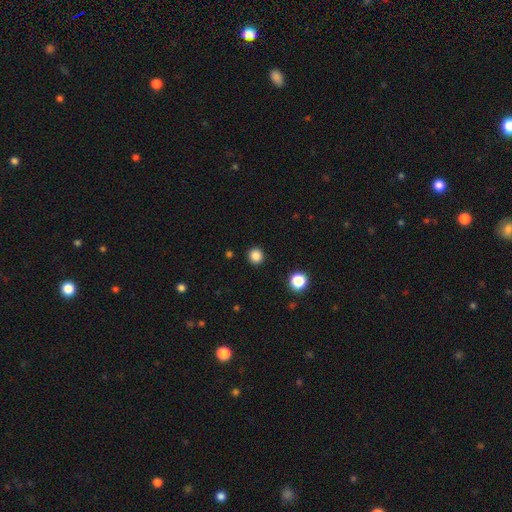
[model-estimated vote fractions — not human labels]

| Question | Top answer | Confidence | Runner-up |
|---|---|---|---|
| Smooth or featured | smooth | 85% | star or artifact (12%) |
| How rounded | round | 94% | in between (5%) |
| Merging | none | 92% | minor disturbance (5%) |